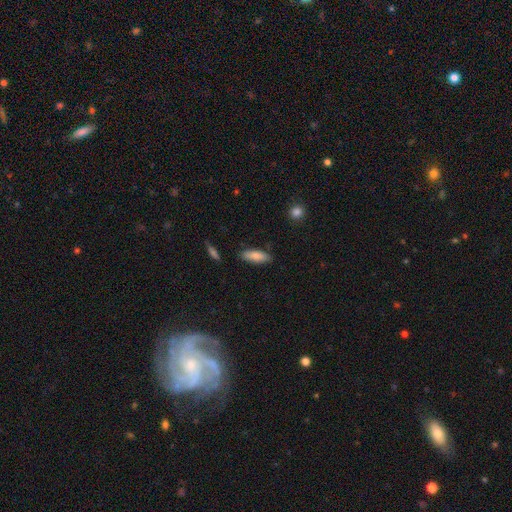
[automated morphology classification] Q: Smooth or featured?
A: smooth (83%); runner-up: featured or disk (11%)
Q: How rounded?
A: in between (63%); runner-up: cigar-shaped (35%)
Q: Merging?
A: none (85%); runner-up: minor disturbance (11%)